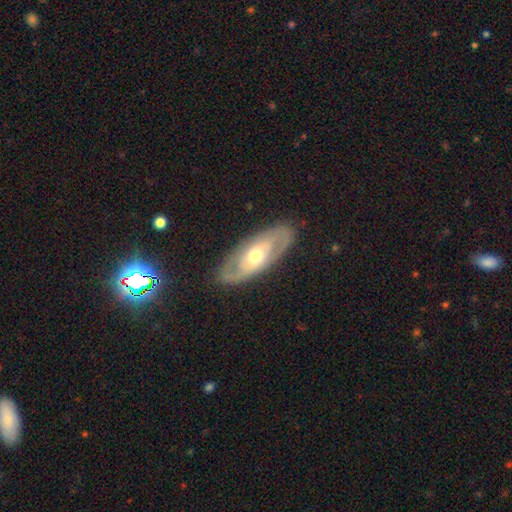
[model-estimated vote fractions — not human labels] smooth-or-featured: featured or disk: 65% | smooth: 30% | star or artifact: 5%
  disk-edge-on: no: 84% | yes: 16%
    bar: no: 75% | weak: 18% | strong: 6%
    has-spiral-arms: no: 53% | yes: 47%
    bulge-size: moderate: 71% | small: 17% | large: 10% | dominant: 1% | none: 1%
  merging: none: 84% | minor disturbance: 11% | major disturbance: 4% | merger: 1%